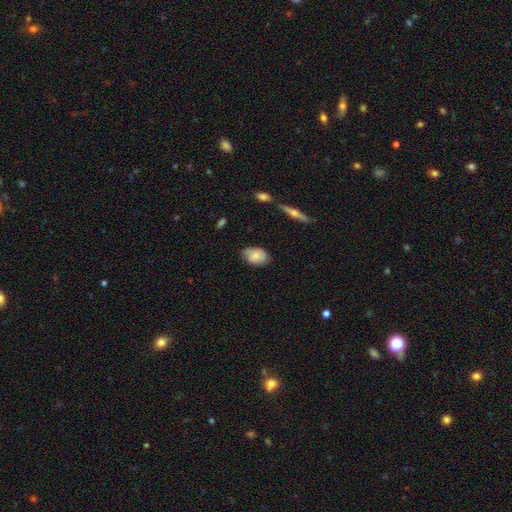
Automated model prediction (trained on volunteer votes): Smooth or featured? Predicted: smooth (p=0.76). How rounded? Predicted: in between (p=0.83). Merging? Predicted: none (p=0.71).